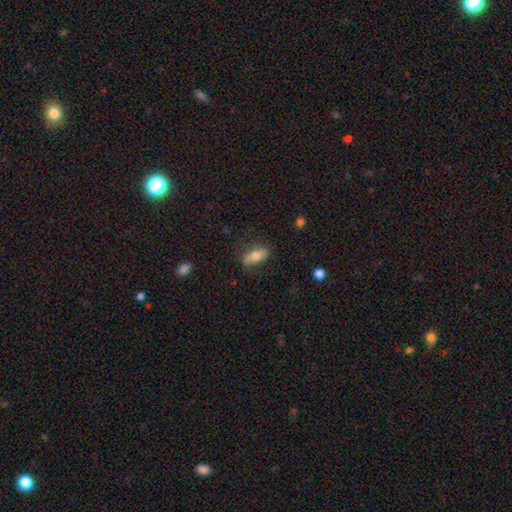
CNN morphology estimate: Smooth or featured?
  - smooth: 62% *
  - featured or disk: 30%
  - star or artifact: 8%
How rounded?
  - in between: 79% *
  - cigar-shaped: 15%
  - round: 6%
Merging?
  - none: 66% *
  - minor disturbance: 23%
  - major disturbance: 9%
  - merger: 2%